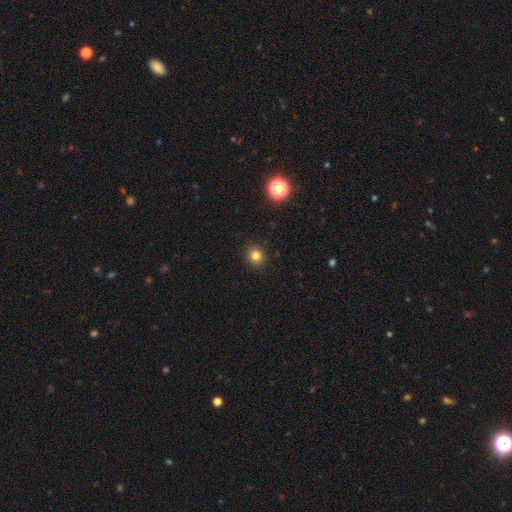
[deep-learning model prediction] smooth_or_featured: smooth (p=0.81) [alt: star or artifact p=0.14]
how_rounded: round (p=0.84) [alt: in between p=0.15]
merging: none (p=0.91) [alt: minor disturbance p=0.06]